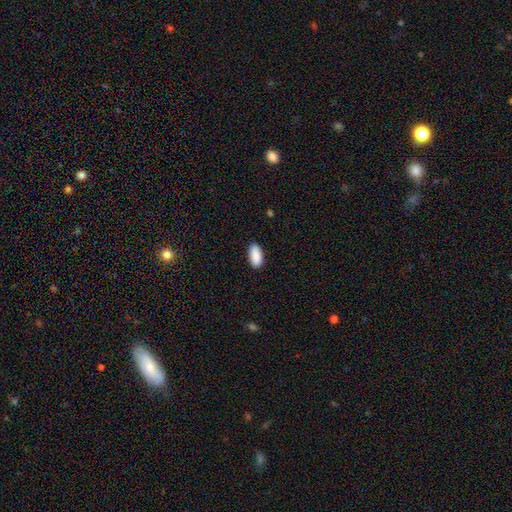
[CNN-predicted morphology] smooth-or-featured: smooth: 91% | star or artifact: 6% | featured or disk: 3%
  how-rounded: in between: 92% | cigar-shaped: 6% | round: 2%
  merging: none: 88% | minor disturbance: 9% | major disturbance: 2% | merger: 1%